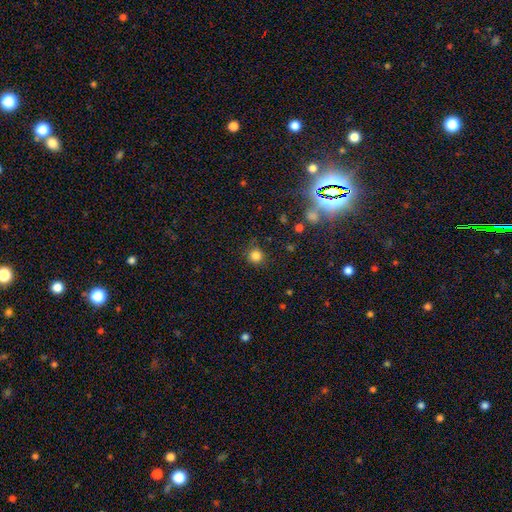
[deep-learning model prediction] Smooth or featured?
  - smooth: 82% *
  - star or artifact: 13%
  - featured or disk: 5%
How rounded?
  - round: 92% *
  - in between: 7%
  - cigar-shaped: 1%
Merging?
  - none: 84% *
  - minor disturbance: 11%
  - major disturbance: 4%
  - merger: 2%